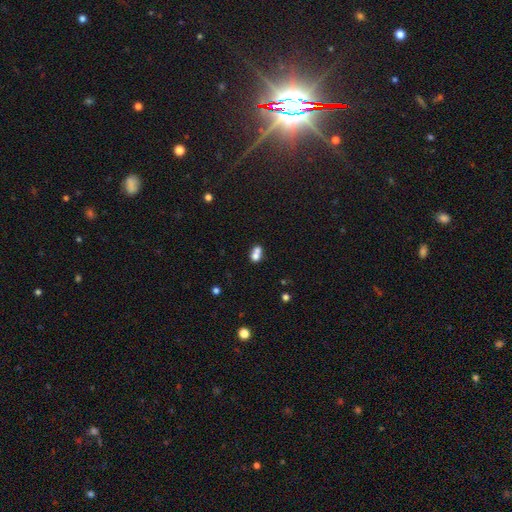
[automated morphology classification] smooth_or_featured: smooth (p=0.72) [alt: featured or disk p=0.17]
how_rounded: in between (p=0.49) [tied with: round p=0.49]
merging: merger (p=0.65) [alt: none p=0.25]